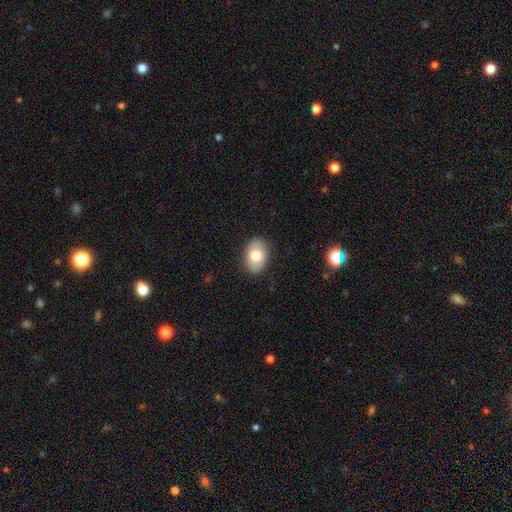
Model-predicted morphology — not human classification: smooth 72%, featured or disk 21%, star or artifact 7%. Down the decision tree: how rounded — in between (82%); merging — none (87%).